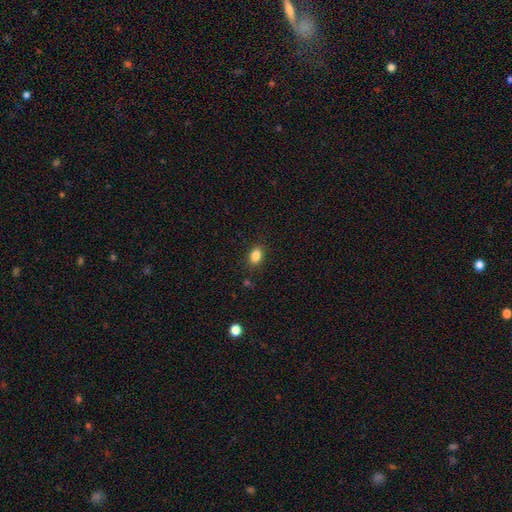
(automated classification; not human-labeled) Smooth or featured?
  - smooth: 85% *
  - star or artifact: 10%
  - featured or disk: 5%
How rounded?
  - in between: 81% *
  - round: 17%
  - cigar-shaped: 2%
Merging?
  - none: 86% *
  - minor disturbance: 10%
  - major disturbance: 3%
  - merger: 2%